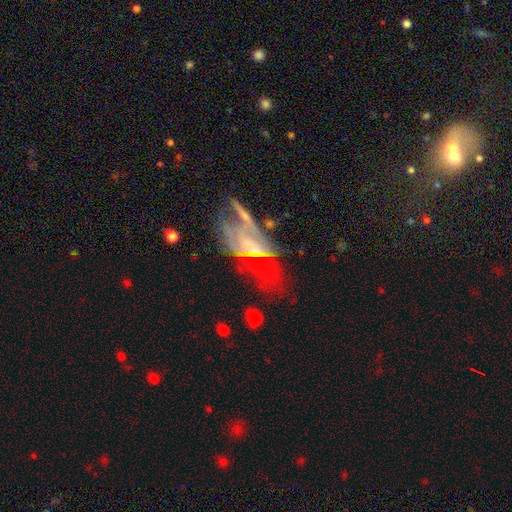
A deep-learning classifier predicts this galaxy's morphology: This is possibly a featured or disk galaxy (58%). It is clearly not viewed edge-on (84%). Merging: marginally major disturbance (36%).